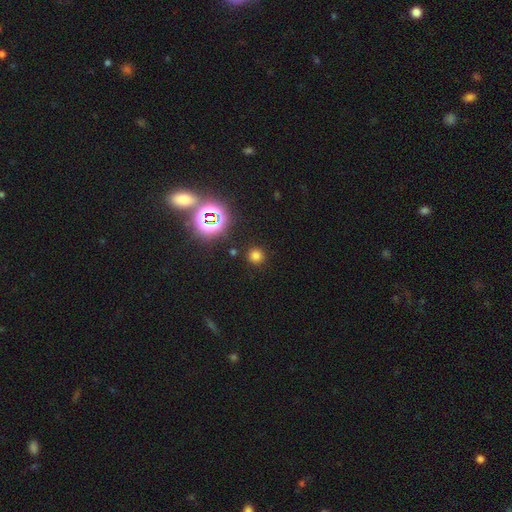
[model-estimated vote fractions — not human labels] Morphology: type=smooth (70%); roundness=round (93%); merging=none (89%).